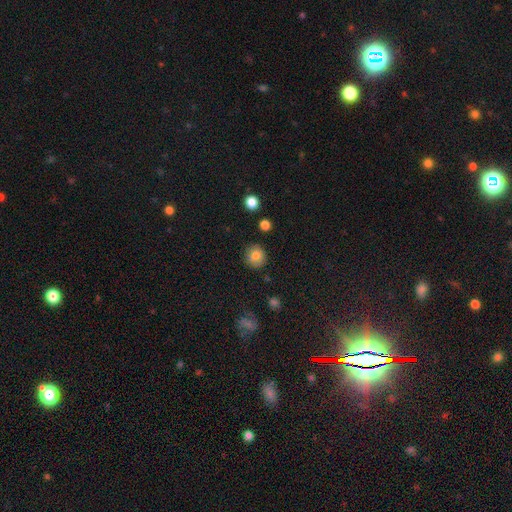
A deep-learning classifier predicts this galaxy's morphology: smooth 82%, star or artifact 10%, featured or disk 7%. Down the decision tree: how rounded — round (89%); merging — none (87%).